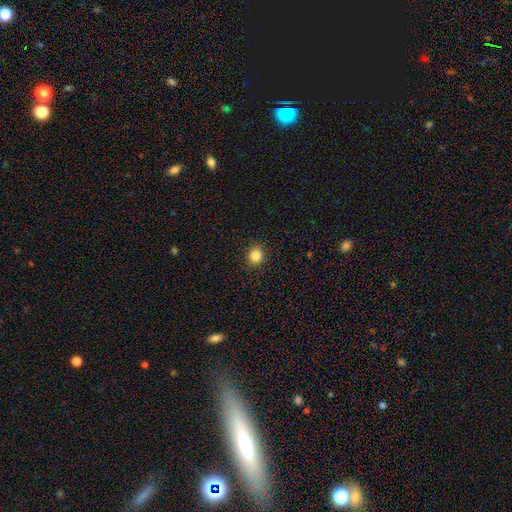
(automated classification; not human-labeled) This is clearly a smooth galaxy (84%). How rounded: clearly round (84%). Merging: clearly none (91%).